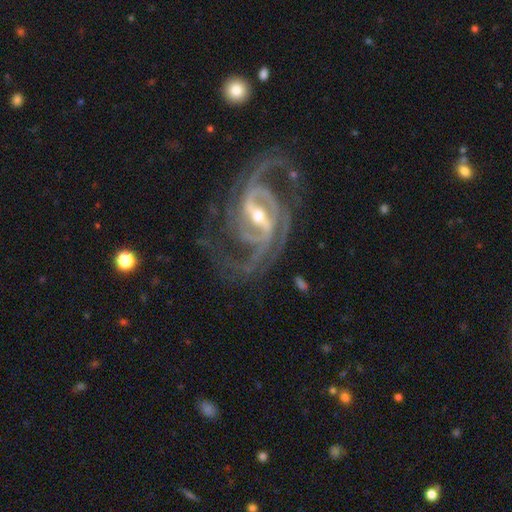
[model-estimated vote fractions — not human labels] Morphology: type=featured or disk (93%); edge-on=no (97%); bar=strong (52%); spiral arms=yes (99%); winding=medium (59%); arm count=2 (73%); bulge=small (50%); merging=none (73%).